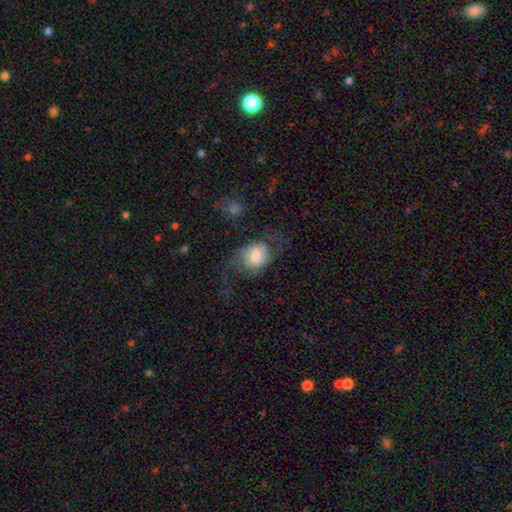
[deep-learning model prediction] featured or disk 51%, smooth 42%, star or artifact 7%. Down the decision tree: edge-on disk — no (95%); merging — none (46%).